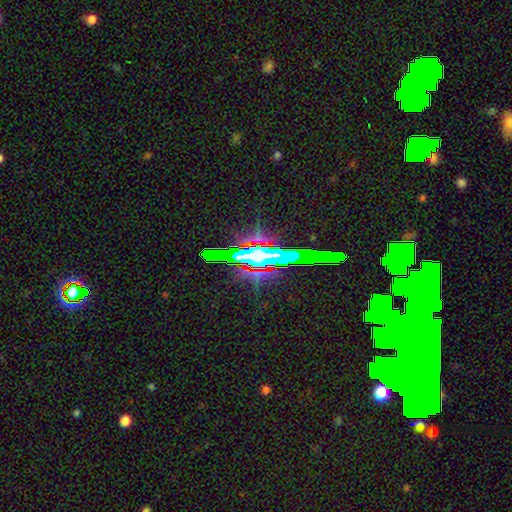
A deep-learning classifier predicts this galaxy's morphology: smooth_or_featured: star or artifact (p=0.66) [alt: featured or disk p=0.20]